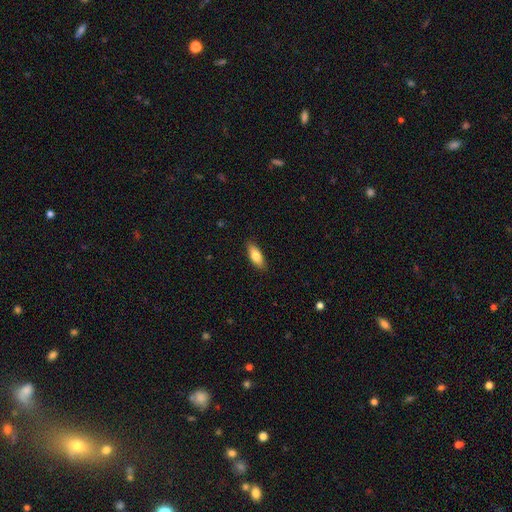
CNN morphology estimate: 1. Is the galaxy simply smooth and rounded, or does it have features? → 78% smooth, 16% featured or disk, 6% star or artifact.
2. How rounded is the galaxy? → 72% in between, 25% cigar-shaped, 2% round.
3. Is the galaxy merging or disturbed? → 87% none, 10% minor disturbance, 2% major disturbance, 1% merger.